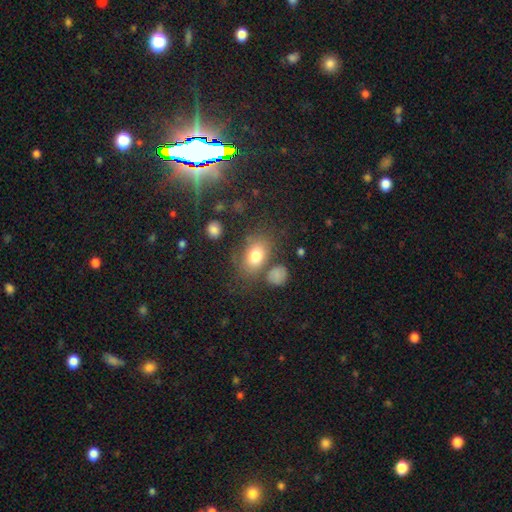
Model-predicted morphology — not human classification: smooth 76%, featured or disk 13%, star or artifact 11%. Down the decision tree: how rounded — in between (77%); merging — none (64%).